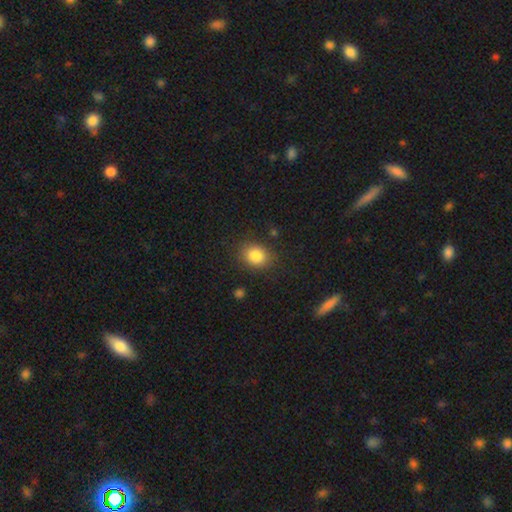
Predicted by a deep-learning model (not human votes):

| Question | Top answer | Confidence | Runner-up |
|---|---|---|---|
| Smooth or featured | smooth | 85% | star or artifact (9%) |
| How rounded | round | 52% | in between (47%) |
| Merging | none | 82% | minor disturbance (12%) |